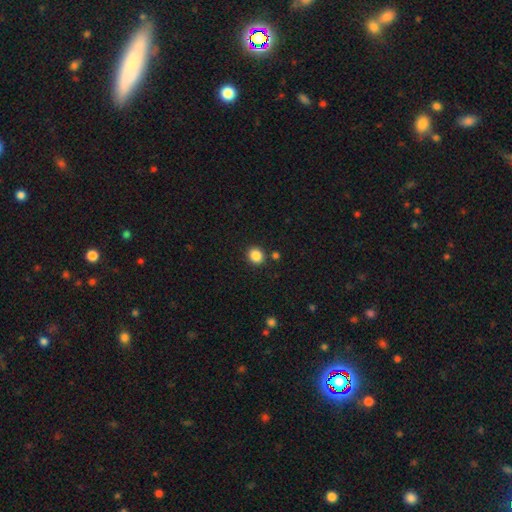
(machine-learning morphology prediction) Overall: smooth (87%). How rounded: round (78%). Merging: none (87%).